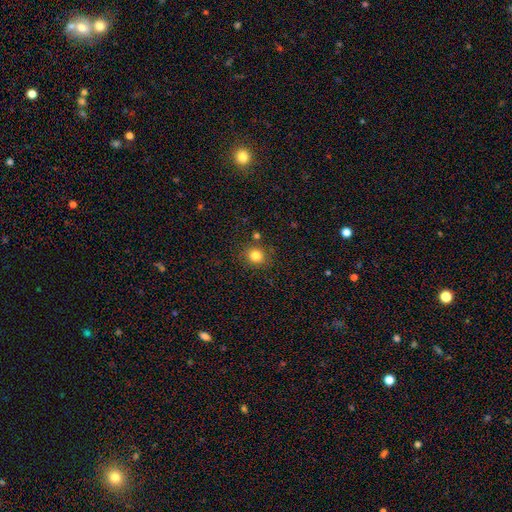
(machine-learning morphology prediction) This appears to be a smooth galaxy with no disk features (81%) that is round (80%). Merging: none (82%).